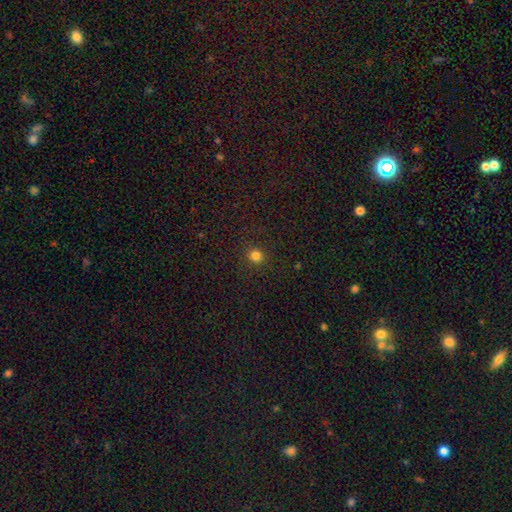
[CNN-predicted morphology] A smooth galaxy with no disk features (81%) that is round (92%). Merging: none (91%).